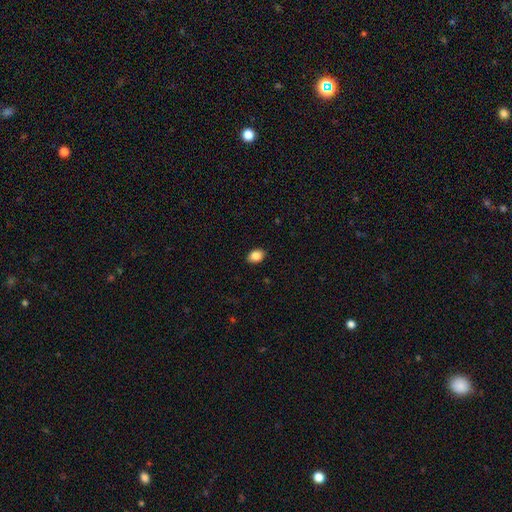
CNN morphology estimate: Smooth or featured: smooth — 86% (star or artifact — 8%)
How rounded: in between — 78% (round — 21%)
Merging: none — 89% (minor disturbance — 8%)